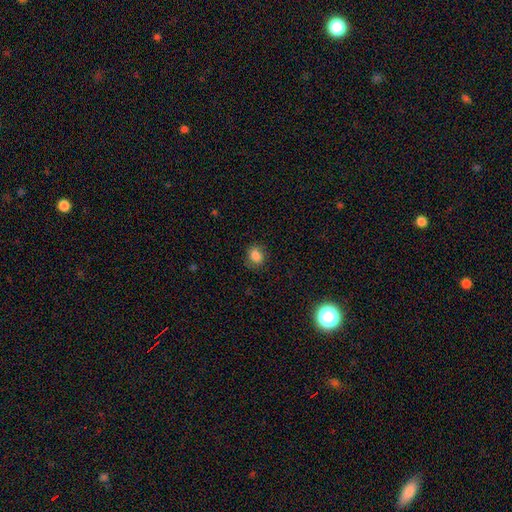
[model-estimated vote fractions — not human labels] smooth 84%, star or artifact 10%, featured or disk 6%. Down the decision tree: how rounded — round (59%); merging — none (81%).